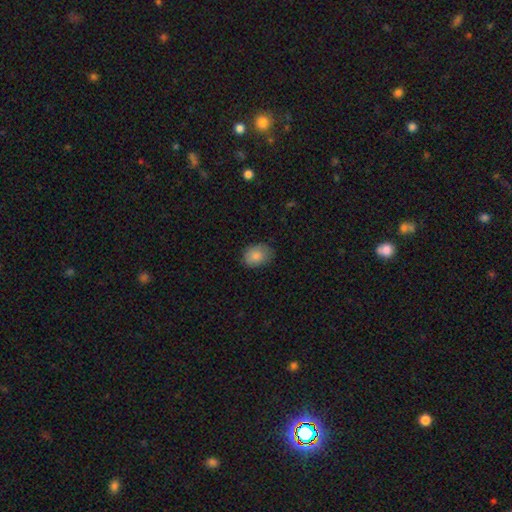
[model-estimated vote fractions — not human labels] smooth_or_featured: smooth (p=0.85) [alt: featured or disk p=0.08]
how_rounded: in between (p=0.67) [alt: round p=0.32]
merging: none (p=0.77) [alt: minor disturbance p=0.19]